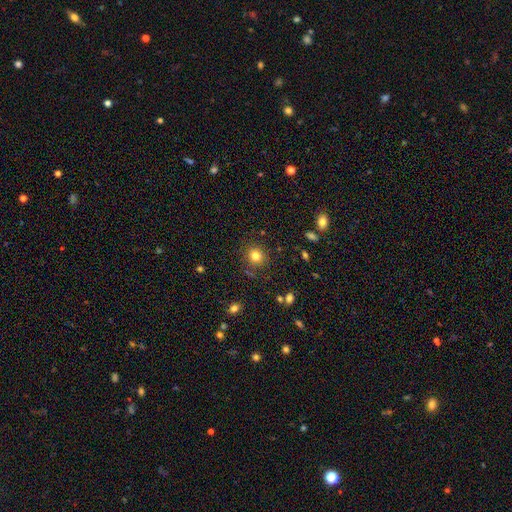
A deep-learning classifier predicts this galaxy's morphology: smooth_or_featured: smooth (p=0.80) [alt: star or artifact p=0.13]
how_rounded: round (p=0.85) [alt: in between p=0.15]
merging: none (p=0.85) [alt: minor disturbance p=0.09]